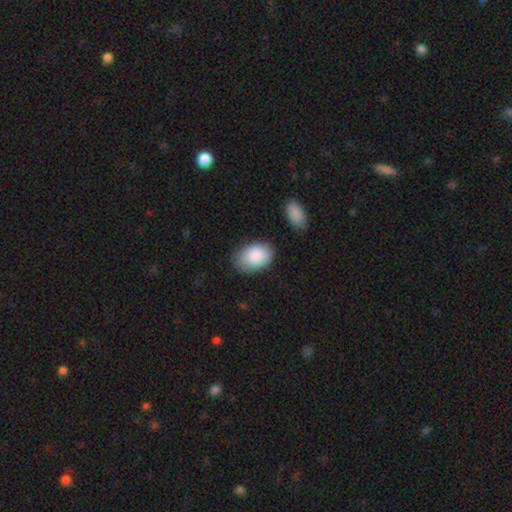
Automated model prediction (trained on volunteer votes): A smooth galaxy with no disk features (88%) that is in between round and cigar-shaped (89%). Merging: none (77%).